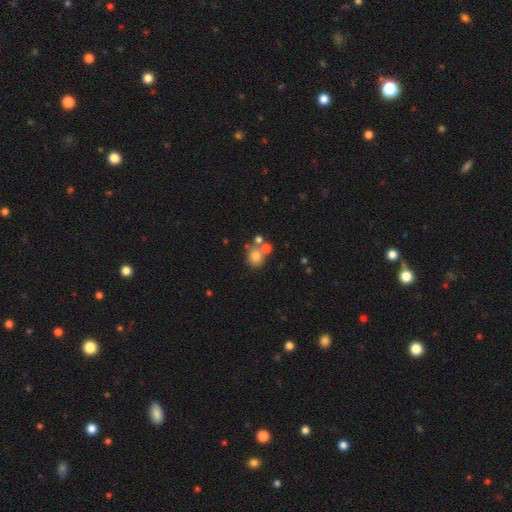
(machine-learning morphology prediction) smooth 75%, star or artifact 13%, featured or disk 12%. Down the decision tree: how rounded — round (76%); merging — none (53%).